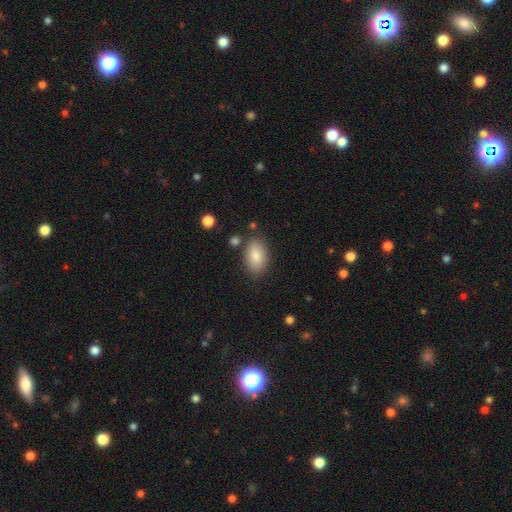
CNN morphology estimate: Smooth or featured: smooth — 85% (featured or disk — 8%)
How rounded: in between — 92% (round — 7%)
Merging: none — 81% (minor disturbance — 13%)